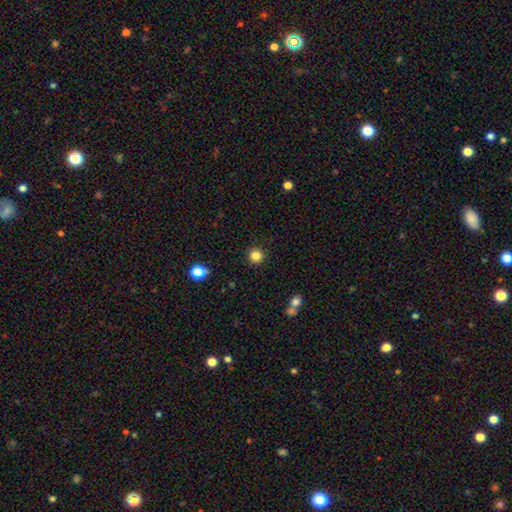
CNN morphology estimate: The model was most divided on "smooth or featured": smooth: 83%, star or artifact: 12%, featured or disk: 5%. More confident: how rounded — round (95%); merging — none (92%).